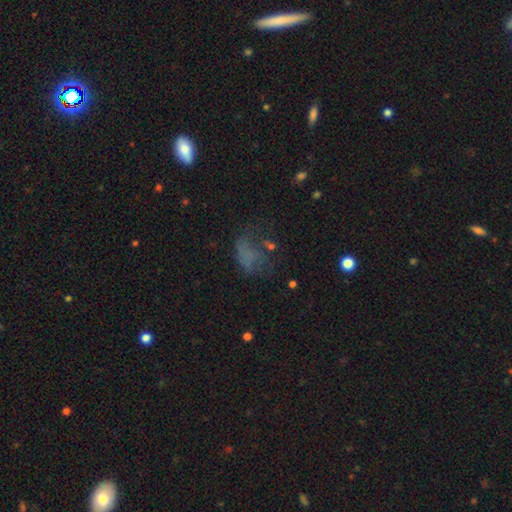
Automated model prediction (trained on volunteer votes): A smooth galaxy with no disk features (41%). Merging: none (43%).